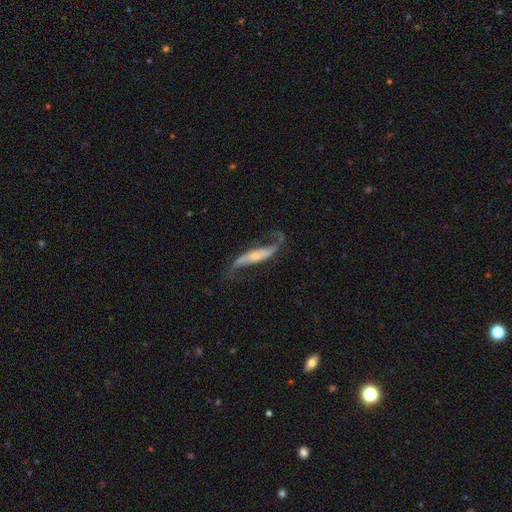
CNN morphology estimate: A featured or disk galaxy (86%) with no bar (42%), 2 (92%) loose (83%) spiral arms (95%) and a small central bulge (60%). Merging: none (70%).